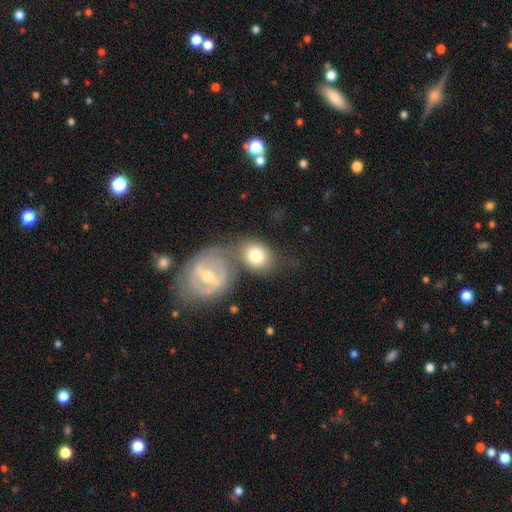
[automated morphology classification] smooth-or-featured: smooth: 64% | featured or disk: 29% | star or artifact: 6%
  how-rounded: round: 55% | in between: 43% | cigar-shaped: 1%
  merging: merger: 43% | none: 39% | minor disturbance: 12% | major disturbance: 6%